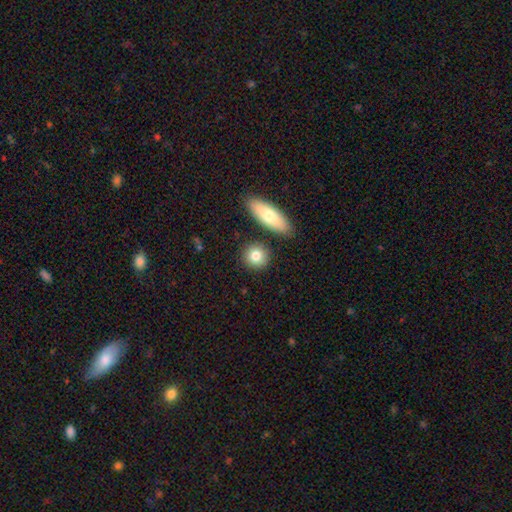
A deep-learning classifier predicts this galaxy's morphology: Q: Smooth or featured?
A: smooth (80%); runner-up: featured or disk (13%)
Q: How rounded?
A: round (79%); runner-up: in between (18%)
Q: Merging?
A: none (82%); runner-up: minor disturbance (8%)